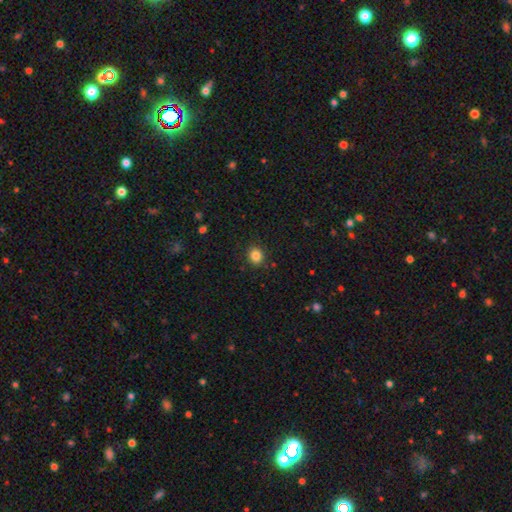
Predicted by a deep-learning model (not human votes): Smooth or featured: smooth — 84% (star or artifact — 11%)
How rounded: round — 70% (in between — 29%)
Merging: none — 89% (minor disturbance — 7%)